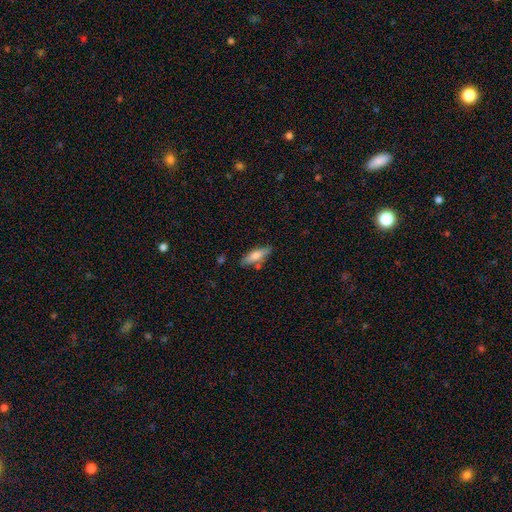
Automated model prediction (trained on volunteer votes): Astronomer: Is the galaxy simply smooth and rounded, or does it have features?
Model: smooth — 69%.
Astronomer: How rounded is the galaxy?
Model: in between — 49%, tied with cigar-shaped at 49%.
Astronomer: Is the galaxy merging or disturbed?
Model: none — 76%.